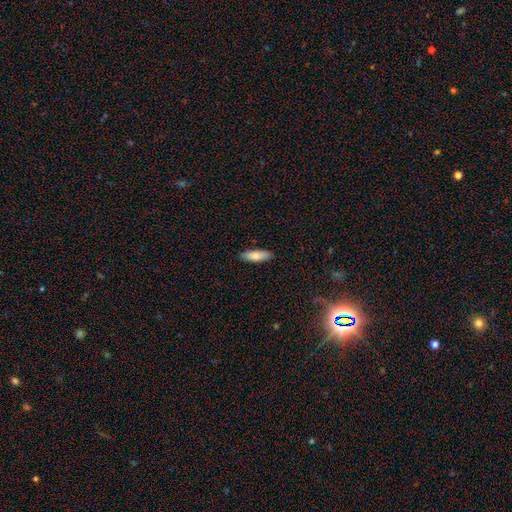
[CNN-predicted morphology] smooth 80%, featured or disk 14%, star or artifact 6%. Down the decision tree: how rounded — in between (54%); merging — none (88%).